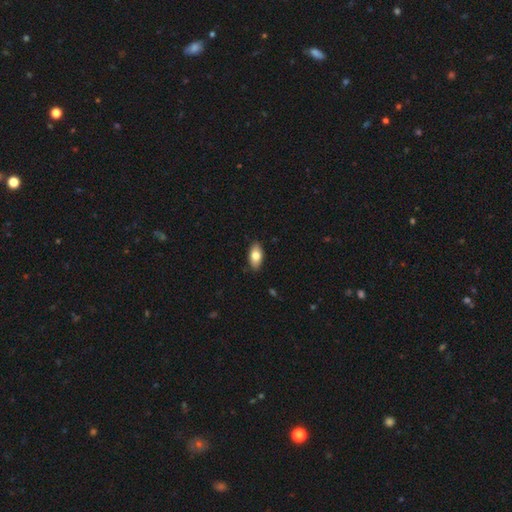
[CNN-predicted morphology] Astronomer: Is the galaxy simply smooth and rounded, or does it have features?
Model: smooth — 79%.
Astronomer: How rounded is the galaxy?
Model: in between — 91%.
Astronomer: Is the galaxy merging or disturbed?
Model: none — 88%.